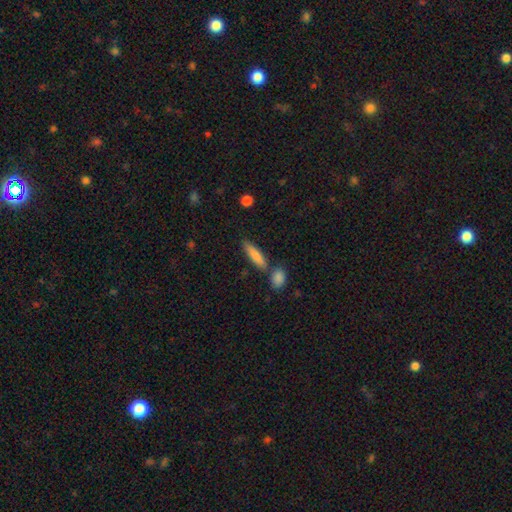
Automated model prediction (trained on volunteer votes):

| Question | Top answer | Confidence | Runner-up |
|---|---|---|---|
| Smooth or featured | smooth | 74% | featured or disk (19%) |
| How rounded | cigar-shaped | 75% | in between (22%) |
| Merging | none | 70% | merger (15%) |